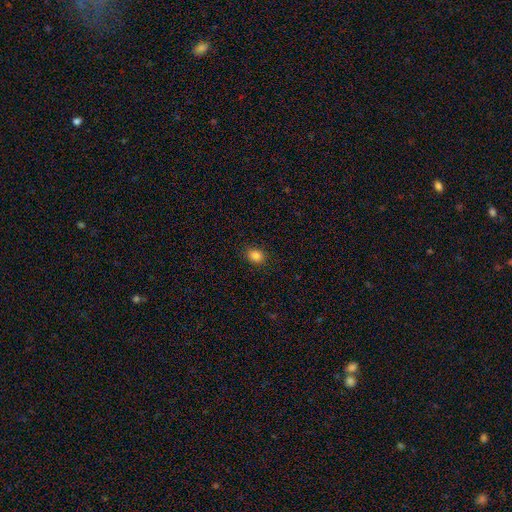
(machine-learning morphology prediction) Overall: smooth (85%). How rounded: in between (51%; round 48%). Merging: none (88%).